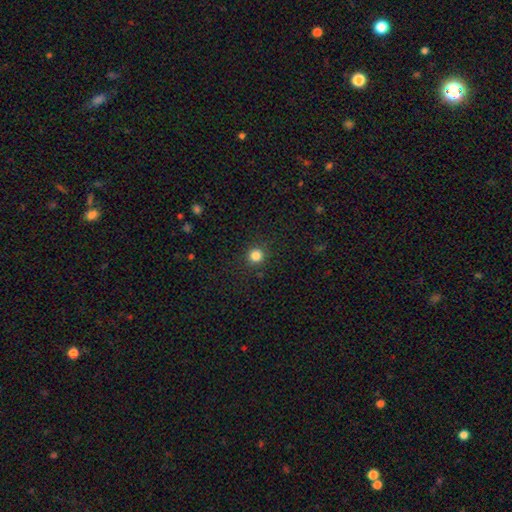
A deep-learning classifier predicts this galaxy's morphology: A smooth galaxy with no disk features (83%) that is round (94%).

Vote fractions:
- Smooth or featured? smooth: 83% / star or artifact: 13% / featured or disk: 4%
- How rounded? round: 94% / in between: 6% / cigar-shaped: 1%
- Merging? none: 91% / minor disturbance: 6% / major disturbance: 2% / merger: 1%